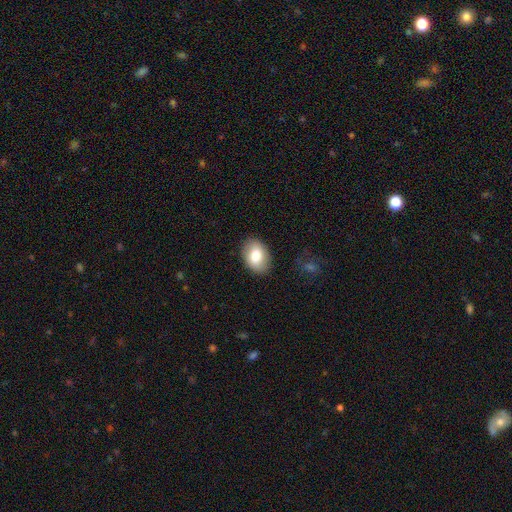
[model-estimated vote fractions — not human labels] smooth-or-featured: smooth: 79% | featured or disk: 14% | star or artifact: 7%
  how-rounded: in between: 82% | round: 17% | cigar-shaped: 1%
  merging: none: 87% | minor disturbance: 10% | major disturbance: 2% | merger: 1%